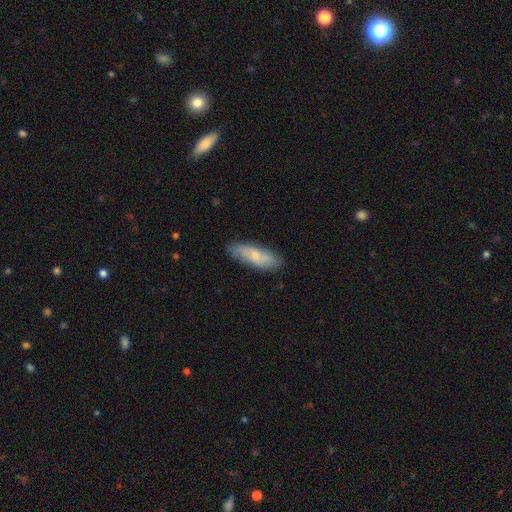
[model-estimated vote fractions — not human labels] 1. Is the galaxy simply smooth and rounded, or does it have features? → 59% smooth, 34% featured or disk, 6% star or artifact.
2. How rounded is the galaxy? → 57% in between, 41% cigar-shaped, 2% round.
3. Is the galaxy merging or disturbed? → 81% none, 15% minor disturbance, 3% major disturbance, 2% merger.